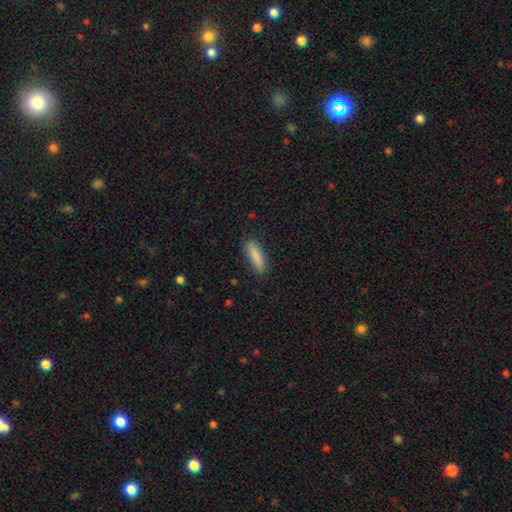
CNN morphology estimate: smooth_or_featured: smooth (p=0.86) [alt: featured or disk p=0.07]
how_rounded: cigar-shaped (p=0.56) [alt: in between p=0.42]
merging: none (p=0.85) [alt: minor disturbance p=0.12]